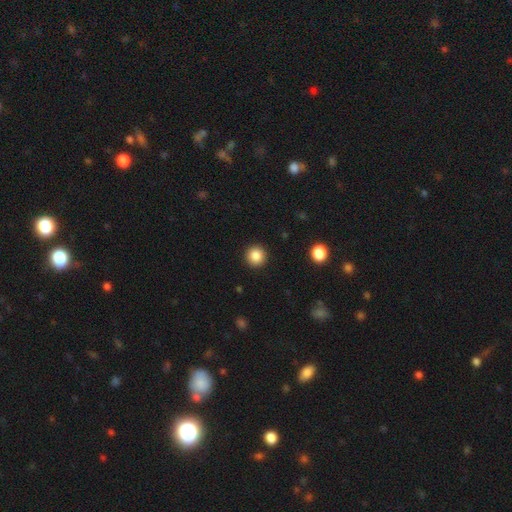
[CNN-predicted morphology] Smooth or featured: smooth — 86% (star or artifact — 10%)
How rounded: round — 94% (in between — 5%)
Merging: none — 92% (minor disturbance — 5%)